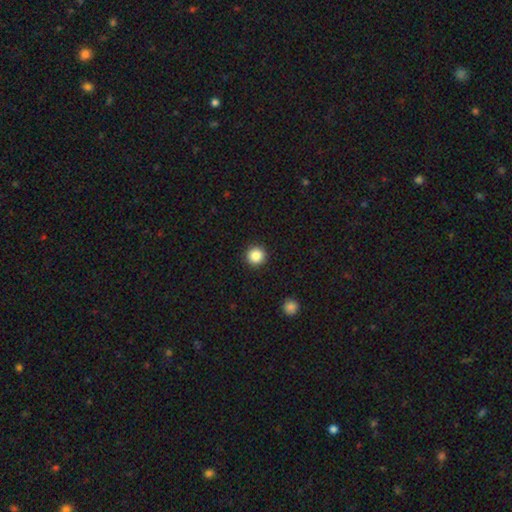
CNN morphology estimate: smooth-or-featured: smooth: 86% | star or artifact: 10% | featured or disk: 4%
  how-rounded: round: 96% | in between: 3% | cigar-shaped: 1%
  merging: none: 93% | minor disturbance: 5% | major disturbance: 2% | merger: 1%